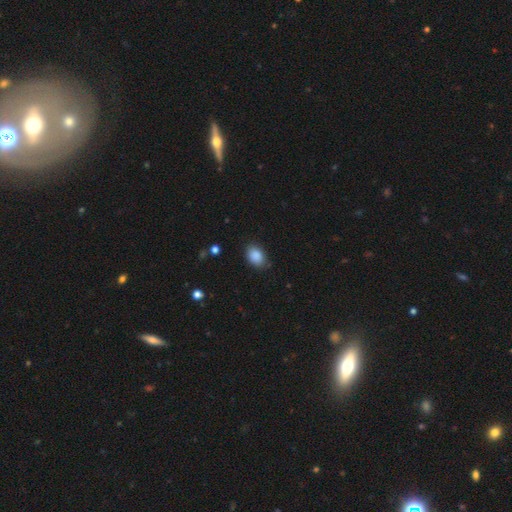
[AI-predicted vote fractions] Smooth or featured?
  - smooth: 88% *
  - star or artifact: 8%
  - featured or disk: 4%
How rounded?
  - in between: 80% *
  - round: 19%
  - cigar-shaped: 1%
Merging?
  - none: 79% *
  - minor disturbance: 16%
  - major disturbance: 3%
  - merger: 1%